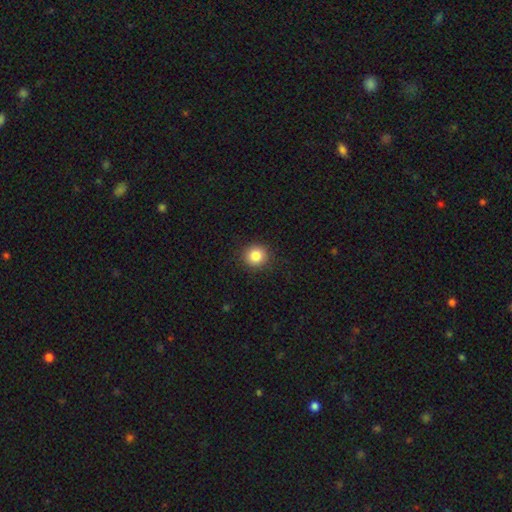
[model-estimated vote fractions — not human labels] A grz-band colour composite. It shows a smooth galaxy with no disk features (85%) that is round (93%). Merging: none (91%).